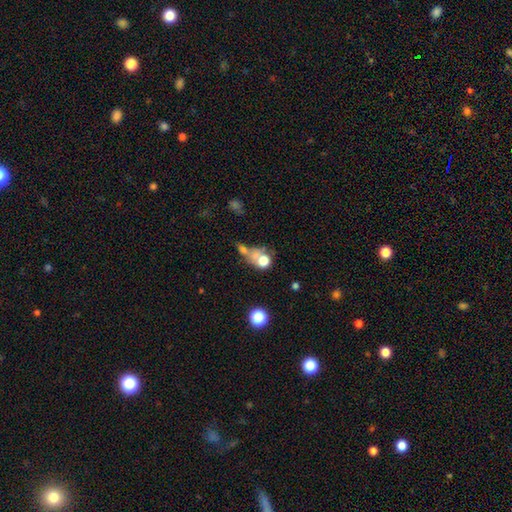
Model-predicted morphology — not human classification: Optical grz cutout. It shows a smooth galaxy with no disk features (54%) that is round (65%). Merging: merger (36%, tied with none).